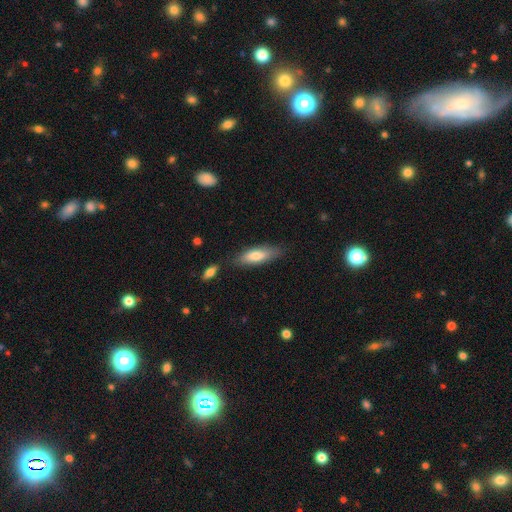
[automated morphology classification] A smooth galaxy with no disk features (76%) that is in between round and cigar-shaped (55%). Merging: none (76%).